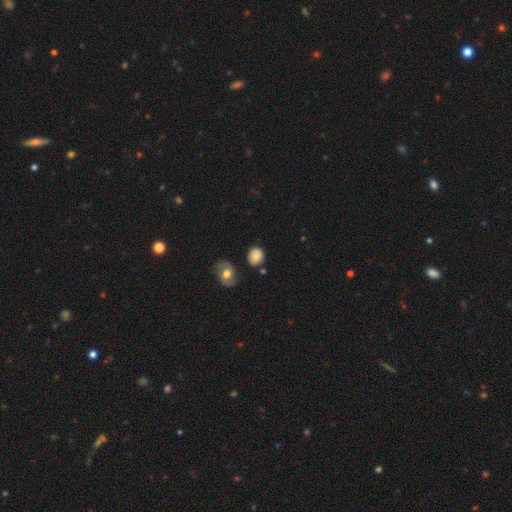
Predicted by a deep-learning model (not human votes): Q: Smooth or featured?
A: smooth (82%); runner-up: star or artifact (9%)
Q: How rounded?
A: round (61%); runner-up: in between (38%)
Q: Merging?
A: none (77%); runner-up: minor disturbance (15%)